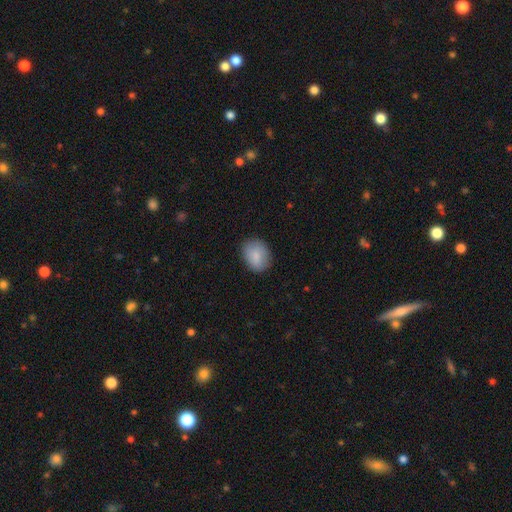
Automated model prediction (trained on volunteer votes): Q: Smooth or featured?
A: smooth (86%); runner-up: featured or disk (7%)
Q: How rounded?
A: in between (65%); runner-up: round (34%)
Q: Merging?
A: none (84%); runner-up: minor disturbance (12%)